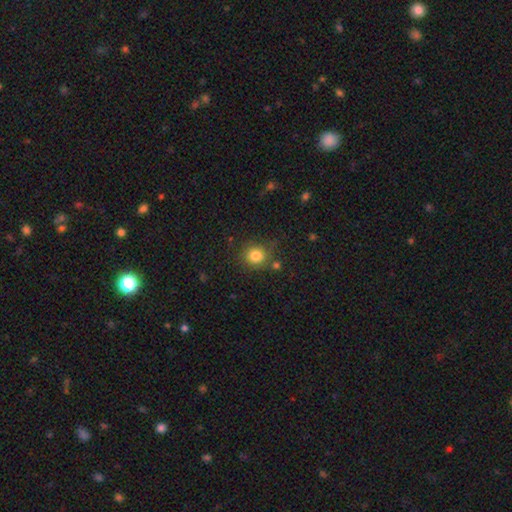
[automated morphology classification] Smooth or featured: smooth — 83% (star or artifact — 12%)
How rounded: round — 88% (in between — 11%)
Merging: none — 79% (minor disturbance — 11%)